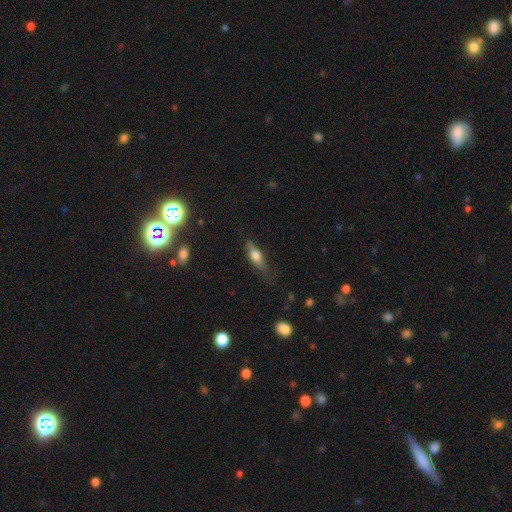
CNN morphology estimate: Smooth or featured: smooth — 56% (featured or disk — 37%)
How rounded: cigar-shaped — 51% (in between — 45%)
Merging: none — 68% (minor disturbance — 23%)